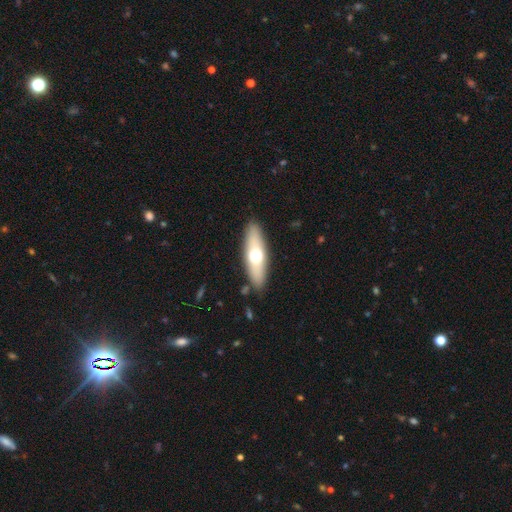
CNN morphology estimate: This appears to be a smooth galaxy with no disk features (56%) that is in between round and cigar-shaped (49%). Merging: none (87%).